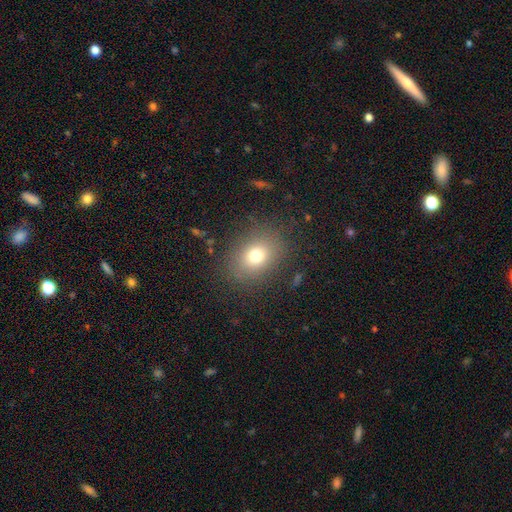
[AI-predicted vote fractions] Smooth or featured: smooth — 73% (star or artifact — 15%)
How rounded: in between — 52% (round — 47%)
Merging: none — 84% (minor disturbance — 10%)